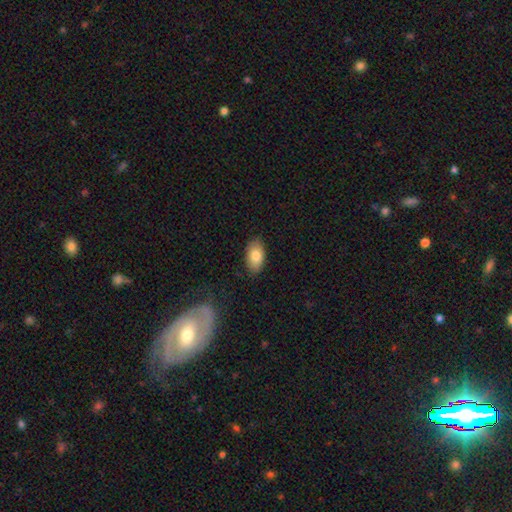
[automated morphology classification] Smooth or featured? smooth (82%)
How rounded? in between (93%)
Merging? none (84%)